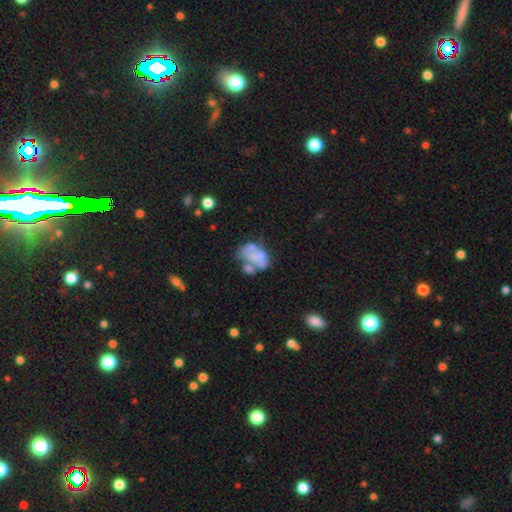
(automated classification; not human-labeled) A featured or disk galaxy (51%).

Vote fractions:
- Smooth or featured? featured or disk: 51% / smooth: 38% / star or artifact: 11%
- Edge-on disk? no: 98% / yes: 2%
- Merging? merger: 36% / none: 23% / major disturbance: 22% / minor disturbance: 18%